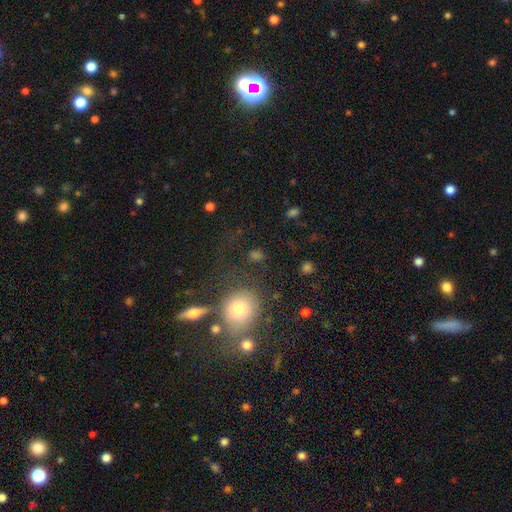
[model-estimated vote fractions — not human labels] This appears to be a smooth galaxy with no disk features (65%) that is round (64%). Merging: none (58%).